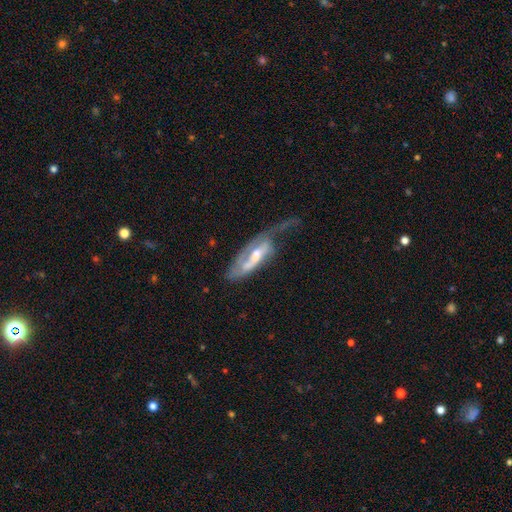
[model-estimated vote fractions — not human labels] smooth_or_featured: featured or disk (p=0.70) [alt: smooth p=0.25]
disk_edge_on: no (p=0.81) [alt: yes p=0.19]
bar: weak (p=0.39) [alt: no p=0.31]
has_spiral_arms: yes (p=0.77) [alt: no p=0.23]
bulge_size: moderate (p=0.57) [alt: small p=0.23]
merging: major disturbance (p=0.52) [alt: none p=0.22]